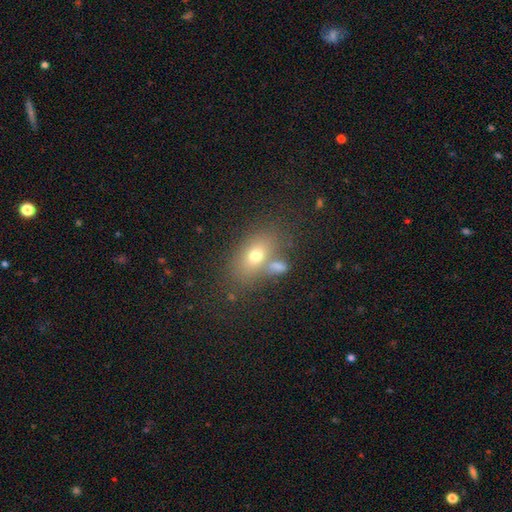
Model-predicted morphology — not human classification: This appears to be a smooth galaxy with no disk features (67%) that is in between round and cigar-shaped (80%). Merging: none (59%).